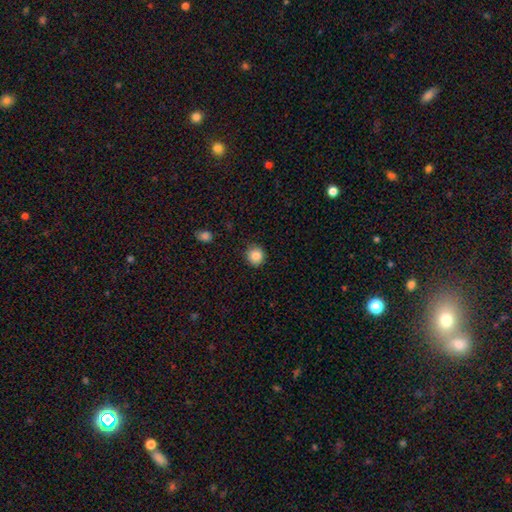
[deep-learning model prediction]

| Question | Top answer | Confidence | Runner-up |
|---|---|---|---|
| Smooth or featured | smooth | 86% | star or artifact (10%) |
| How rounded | round | 90% | in between (9%) |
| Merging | none | 87% | minor disturbance (9%) |